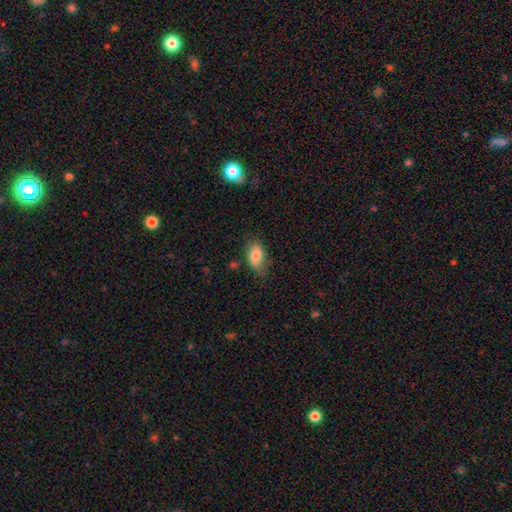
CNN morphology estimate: A smooth galaxy with no disk features (81%) that is in between round and cigar-shaped (90%).

Vote fractions:
- Smooth or featured? smooth: 81% / featured or disk: 11% / star or artifact: 7%
- How rounded? in between: 90% / round: 8% / cigar-shaped: 2%
- Merging? none: 68% / minor disturbance: 24% / major disturbance: 6% / merger: 2%